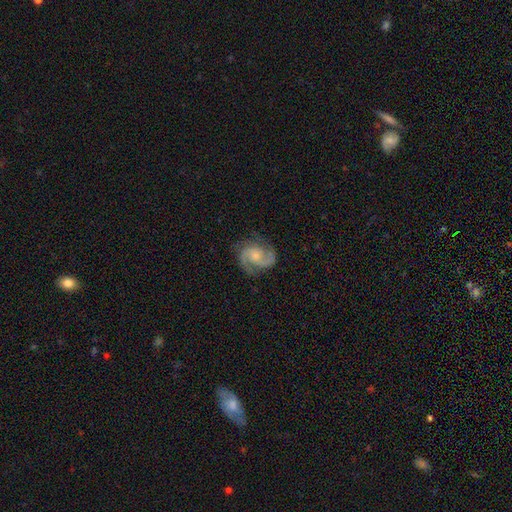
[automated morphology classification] smooth-or-featured: featured or disk: 88% | smooth: 7% | star or artifact: 5%
  disk-edge-on: no: 98% | yes: 2%
    bar: no: 64% | weak: 31% | strong: 5%
    has-spiral-arms: yes: 98% | no: 2%
      spiral-winding: medium: 56% | tight: 29% | loose: 15%
      spiral-arm-count: 2: 88% | 3: 4% | can't tell: 3% | 1: 2% | 4: 1% | more than 4: 1%
    bulge-size: small: 45% | moderate: 40% | none: 10% | large: 4% | dominant: 1%
  merging: none: 77% | minor disturbance: 16% | major disturbance: 6% | merger: 1%